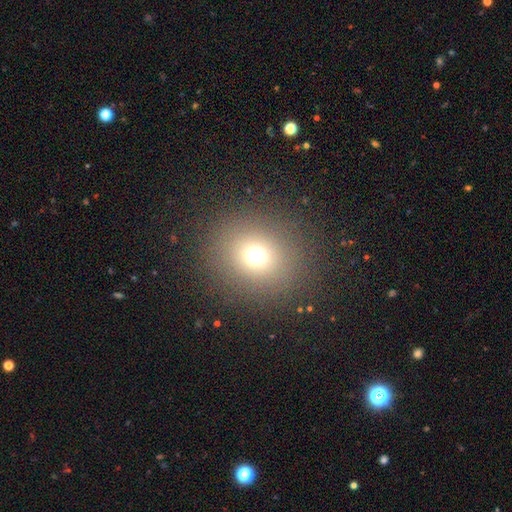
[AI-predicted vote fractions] Smooth or featured?
  - smooth: 69% *
  - star or artifact: 22%
  - featured or disk: 9%
How rounded?
  - round: 83% *
  - in between: 16%
  - cigar-shaped: 1%
Merging?
  - none: 87% *
  - minor disturbance: 7%
  - major disturbance: 5%
  - merger: 1%